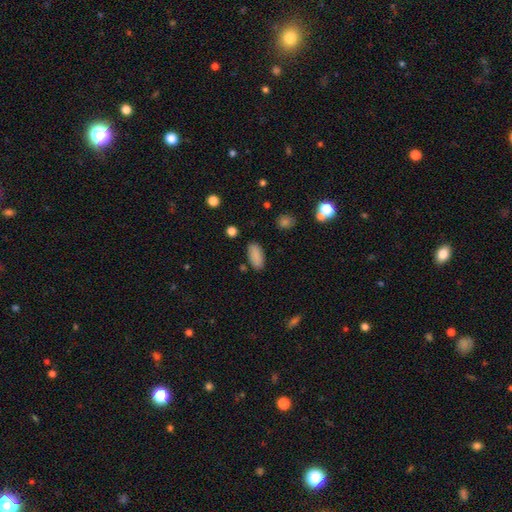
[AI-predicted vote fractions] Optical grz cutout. It shows a smooth galaxy with no disk features (87%) that is in between round and cigar-shaped (90%). Merging: none (84%).